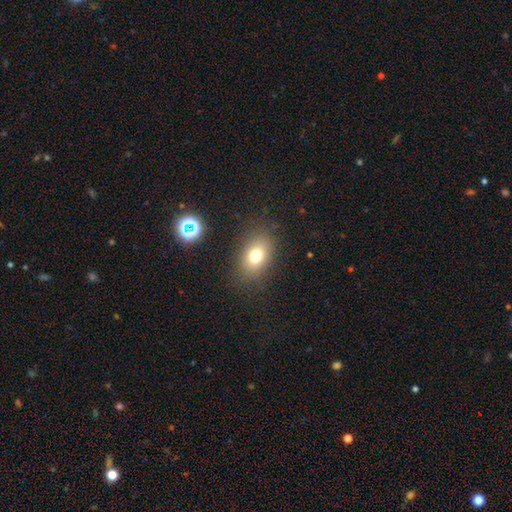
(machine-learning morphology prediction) The model was most divided on "how rounded": in between: 77%, round: 21%, cigar-shaped: 2%. More confident: merging — none (84%); smooth or featured — smooth (74%).